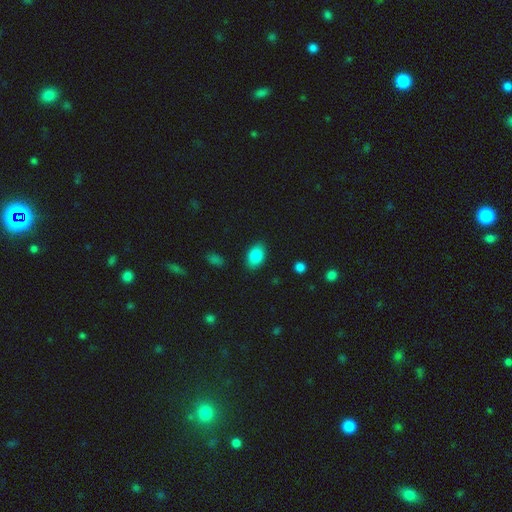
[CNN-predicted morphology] The model was most divided on "how rounded": in between: 85%, round: 13%, cigar-shaped: 1%. More confident: merging — none (86%); smooth or featured — smooth (85%).